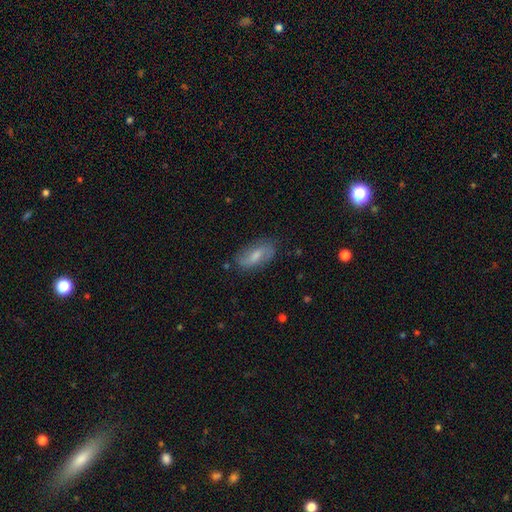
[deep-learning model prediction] Smooth or featured: smooth — 48% (featured or disk — 44%)
Merging: none — 75% (minor disturbance — 18%)